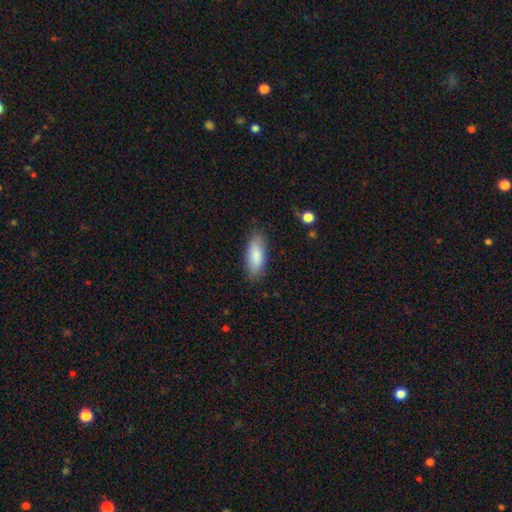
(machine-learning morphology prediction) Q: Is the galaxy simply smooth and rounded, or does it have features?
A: smooth — 84%.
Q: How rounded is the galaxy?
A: in between — 79%.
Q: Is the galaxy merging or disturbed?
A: none — 83%.